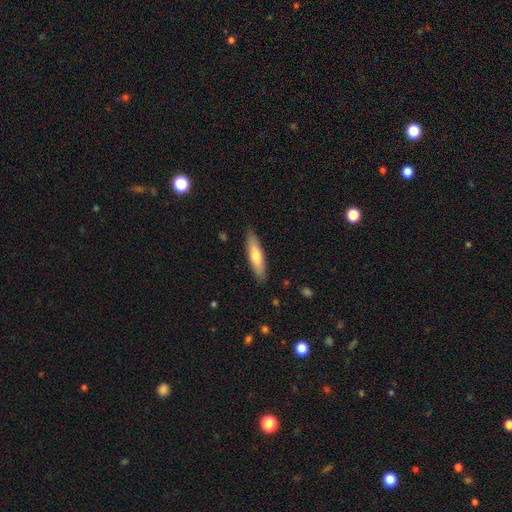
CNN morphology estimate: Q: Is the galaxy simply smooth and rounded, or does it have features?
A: smooth — 64%.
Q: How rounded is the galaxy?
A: cigar-shaped — 69%.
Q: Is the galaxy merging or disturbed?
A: none — 87%.